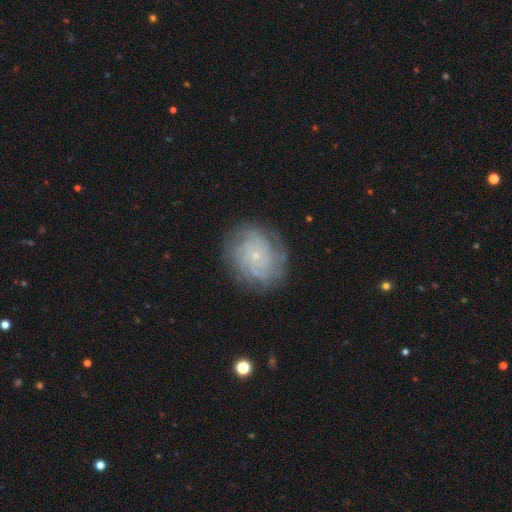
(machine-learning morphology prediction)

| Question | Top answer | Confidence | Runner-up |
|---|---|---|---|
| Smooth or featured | featured or disk | 68% | smooth (23%) |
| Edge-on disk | no | 97% | yes (3%) |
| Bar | no | 84% | weak (13%) |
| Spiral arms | yes | 89% | no (11%) |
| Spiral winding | tight | 70% | medium (23%) |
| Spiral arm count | can't tell | 46% | 4 (16%) |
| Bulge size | small | 86% | moderate (9%) |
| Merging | none | 80% | minor disturbance (14%) |